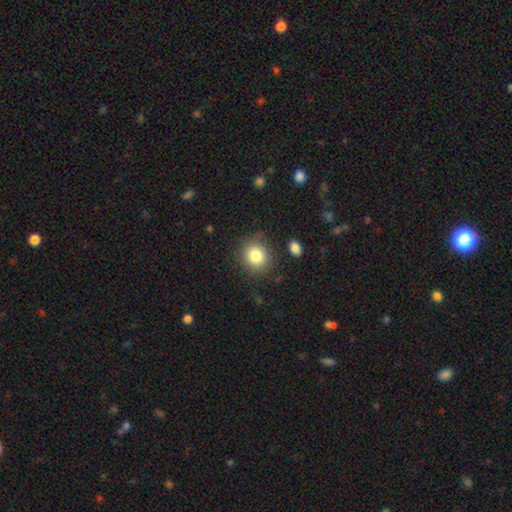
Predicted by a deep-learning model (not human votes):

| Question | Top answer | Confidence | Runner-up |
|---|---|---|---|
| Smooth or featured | smooth | 82% | star or artifact (11%) |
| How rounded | round | 79% | in between (20%) |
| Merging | none | 84% | minor disturbance (10%) |